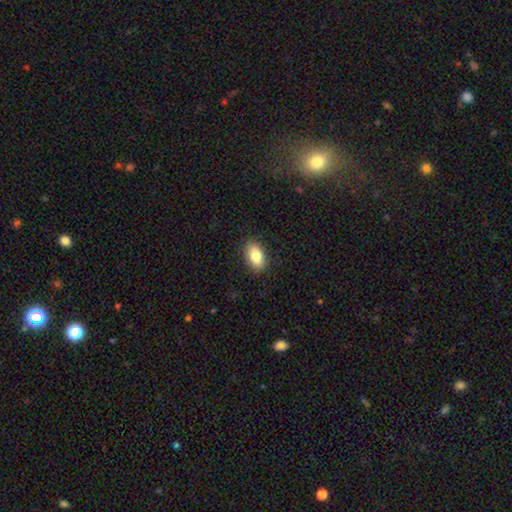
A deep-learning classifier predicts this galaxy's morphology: smooth 82%, featured or disk 11%, star or artifact 7%. Down the decision tree: how rounded — in between (90%); merging — none (86%).